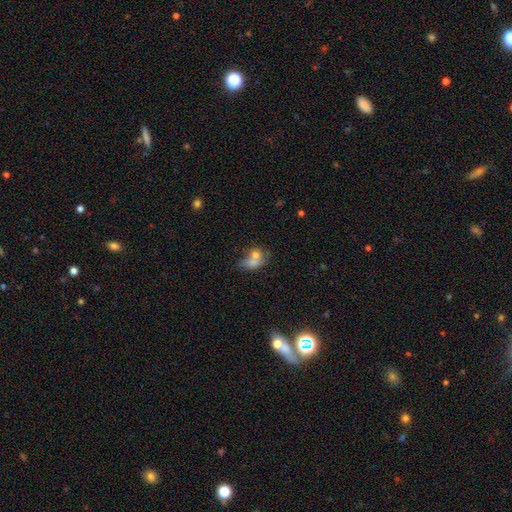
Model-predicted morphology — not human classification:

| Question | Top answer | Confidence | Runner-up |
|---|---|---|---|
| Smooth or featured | smooth | 68% | featured or disk (22%) |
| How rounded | in between | 58% | round (40%) |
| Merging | merger | 62% | none (19%) |